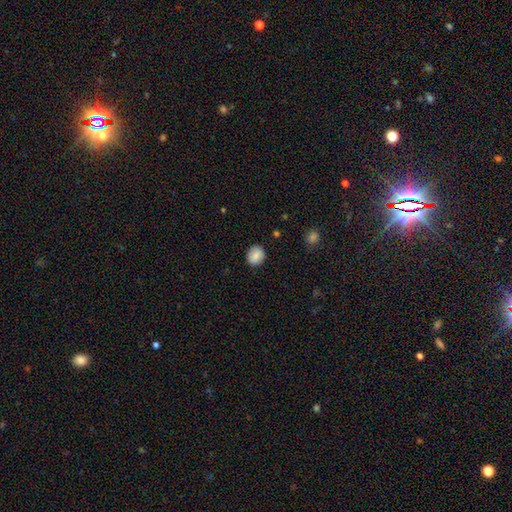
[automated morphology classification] type=smooth (81%); roundness=round (75%); merging=none (86%).